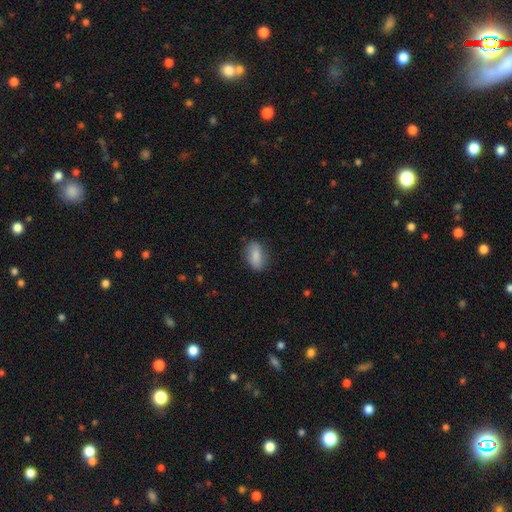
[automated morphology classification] A smooth galaxy with no disk features (83%) that is in between round and cigar-shaped (86%). Merging: none (81%).